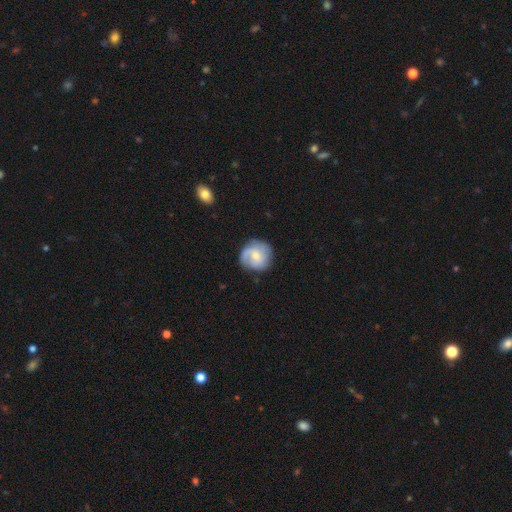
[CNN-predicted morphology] Overall: featured or disk (52%; smooth 41%). Edge-on disk: no (97%). Bar: no (60%; weak 34%). Spiral arms: yes (85%). Bulge size: small (57%; moderate 38%). Merging: none (75%).